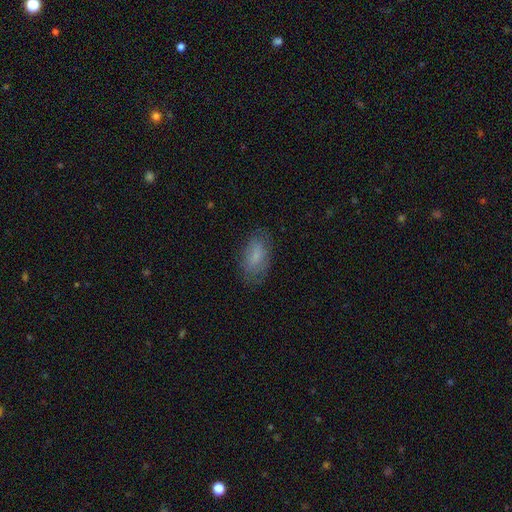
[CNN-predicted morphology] smooth-or-featured: smooth: 73% | featured or disk: 19% | star or artifact: 8%
  how-rounded: in between: 91% | cigar-shaped: 5% | round: 4%
  merging: none: 76% | minor disturbance: 17% | major disturbance: 6% | merger: 1%